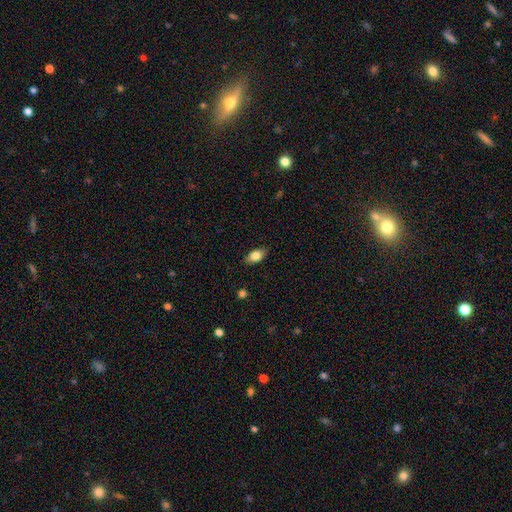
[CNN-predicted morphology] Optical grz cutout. It shows a smooth galaxy with no disk features (81%) that is in between round and cigar-shaped (88%). Merging: none (85%).